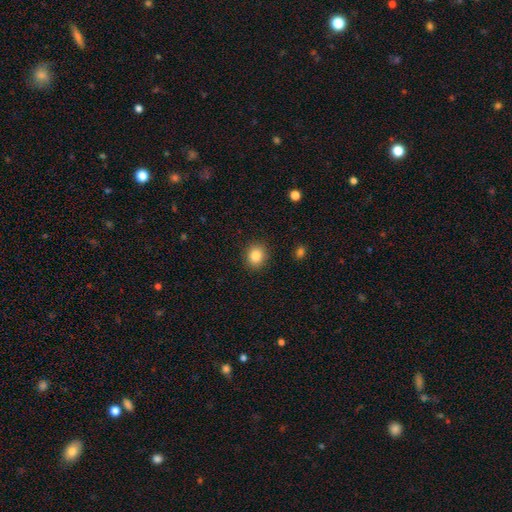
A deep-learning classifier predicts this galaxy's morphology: Smooth or featured? smooth (85%)
How rounded? round (77%)
Merging? none (90%)